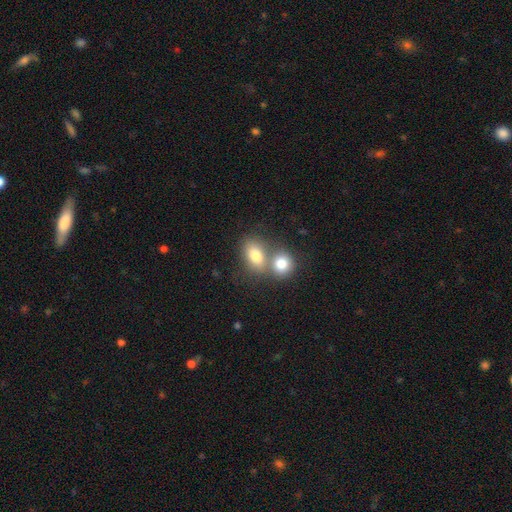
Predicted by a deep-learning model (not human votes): smooth_or_featured: smooth (p=0.79) [alt: featured or disk p=0.12]
how_rounded: in between (p=0.69) [alt: round p=0.30]
merging: merger (p=0.54) [alt: none p=0.35]